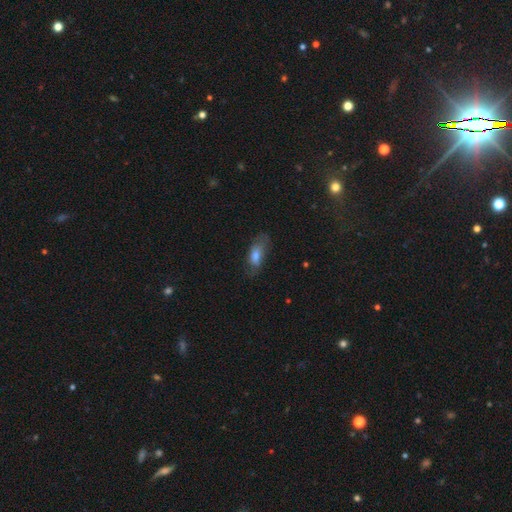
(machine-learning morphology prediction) Smooth or featured: smooth — 63% (featured or disk — 27%)
How rounded: in between — 78% (cigar-shaped — 18%)
Merging: none — 56% (minor disturbance — 27%)